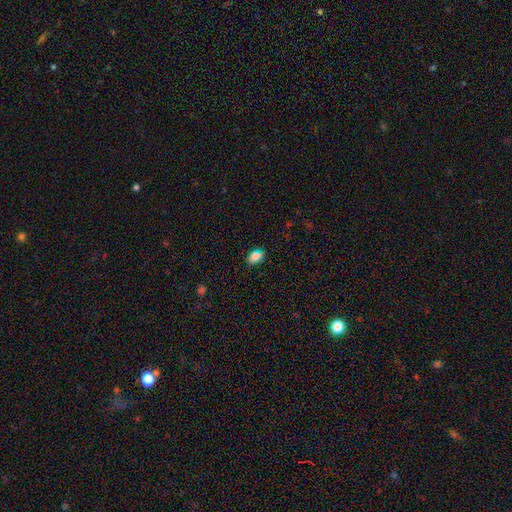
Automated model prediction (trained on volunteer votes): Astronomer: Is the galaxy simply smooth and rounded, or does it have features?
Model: smooth — 82%.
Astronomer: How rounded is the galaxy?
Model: in between — 85%.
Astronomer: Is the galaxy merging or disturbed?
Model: none — 83%.